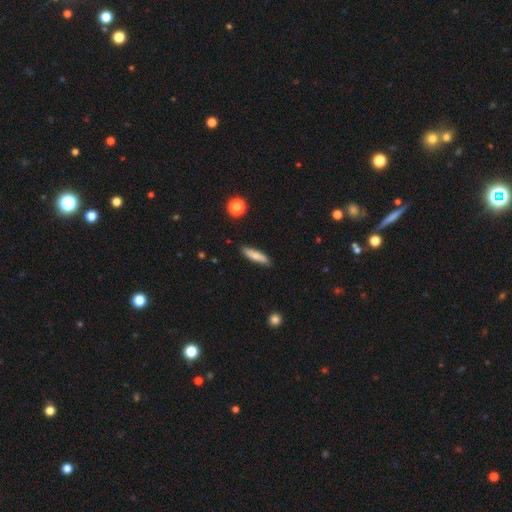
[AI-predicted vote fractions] A smooth galaxy with no disk features (72%) that is cigar-shaped (77%).

Vote fractions:
- Smooth or featured? smooth: 72% / featured or disk: 21% / star or artifact: 7%
- How rounded? cigar-shaped: 77% / in between: 21% / round: 2%
- Merging? none: 85% / minor disturbance: 11% / major disturbance: 2% / merger: 1%